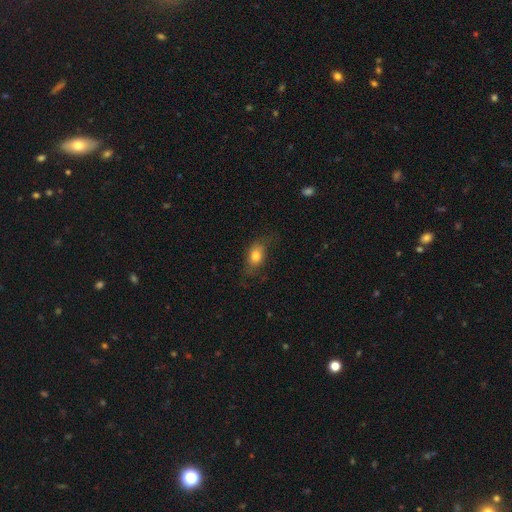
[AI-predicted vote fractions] Smooth or featured? Predicted: smooth (p=0.76). How rounded? Predicted: in between (p=0.78). Merging? Predicted: none (p=0.63).